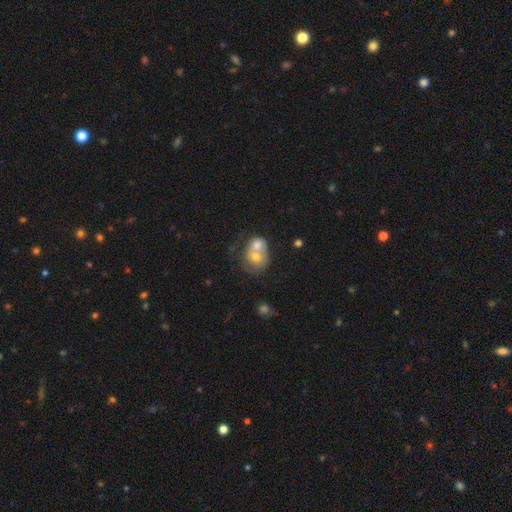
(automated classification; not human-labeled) smooth-or-featured: smooth: 57% | featured or disk: 36% | star or artifact: 7%
  how-rounded: round: 56% | in between: 44% | cigar-shaped: 1%
  merging: merger: 75% | none: 14% | minor disturbance: 6% | major disturbance: 6%